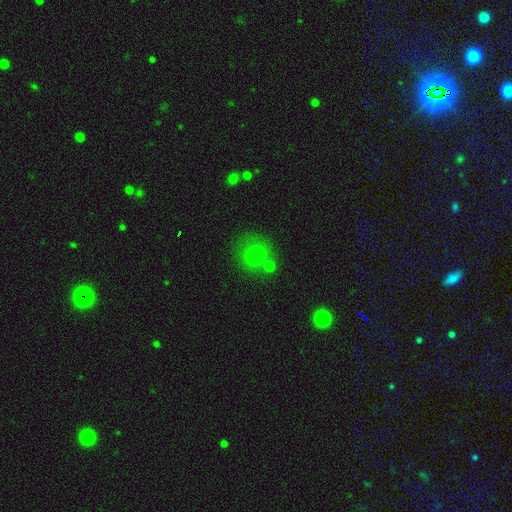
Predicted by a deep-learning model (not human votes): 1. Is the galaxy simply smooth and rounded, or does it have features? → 74% smooth, 14% star or artifact, 11% featured or disk.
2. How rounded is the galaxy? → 85% round, 14% in between, 1% cigar-shaped.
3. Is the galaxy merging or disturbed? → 62% none, 19% merger, 13% minor disturbance, 6% major disturbance.